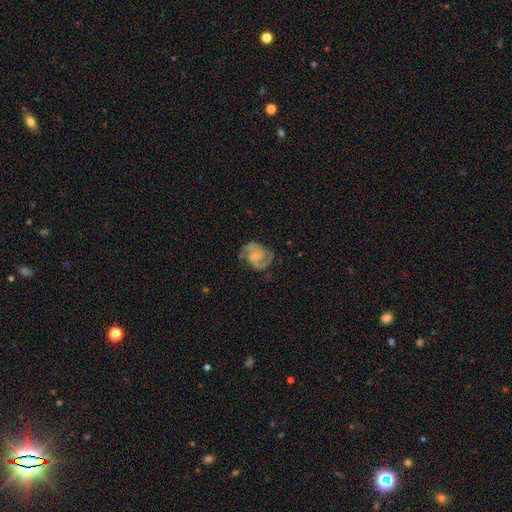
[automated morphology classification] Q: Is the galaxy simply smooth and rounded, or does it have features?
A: featured or disk — 84%.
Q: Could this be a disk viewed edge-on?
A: no — 98%.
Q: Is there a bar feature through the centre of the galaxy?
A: weak — 46%.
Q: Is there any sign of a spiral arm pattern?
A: yes — 95%.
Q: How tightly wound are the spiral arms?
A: medium — 55%.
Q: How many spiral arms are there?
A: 2 — 87%.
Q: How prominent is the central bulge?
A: small — 41%.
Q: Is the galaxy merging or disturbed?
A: none — 67%.